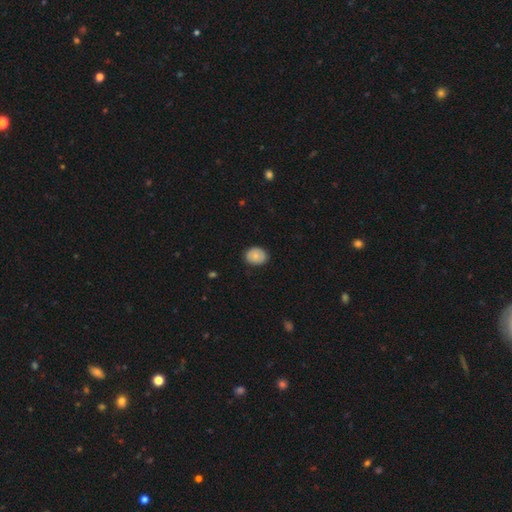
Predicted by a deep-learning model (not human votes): A smooth galaxy with no disk features (77%) that is in between round and cigar-shaped (53%). Merging: none (81%).